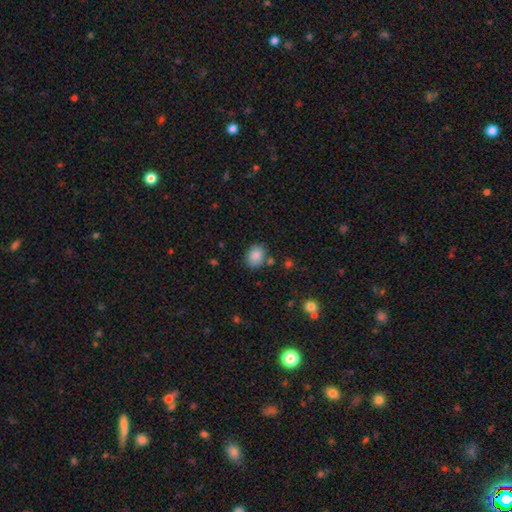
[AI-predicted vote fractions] smooth-or-featured: smooth: 86% | star or artifact: 9% | featured or disk: 5%
  how-rounded: in between: 53% | round: 46% | cigar-shaped: 1%
  merging: none: 79% | minor disturbance: 13% | merger: 5% | major disturbance: 3%